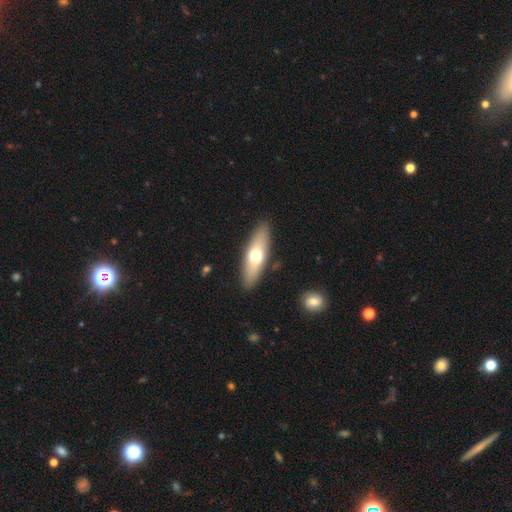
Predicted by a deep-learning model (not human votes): Q: Smooth or featured?
A: smooth (58%); runner-up: featured or disk (36%)
Q: How rounded?
A: in between (49%); tied with: cigar-shaped (49%)
Q: Merging?
A: none (89%); runner-up: minor disturbance (8%)